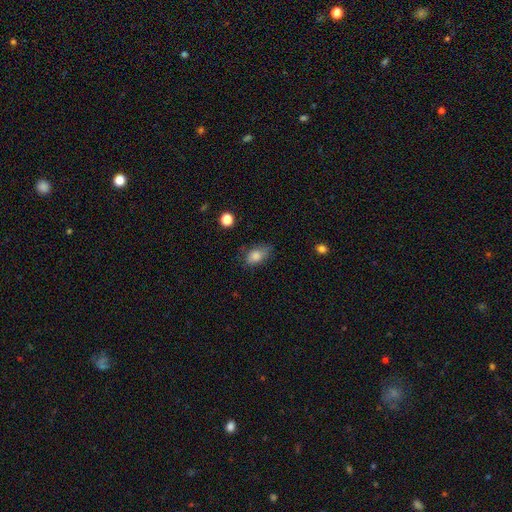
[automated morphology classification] smooth 81%, featured or disk 10%, star or artifact 9%. Down the decision tree: how rounded — in between (87%); merging — none (62%).